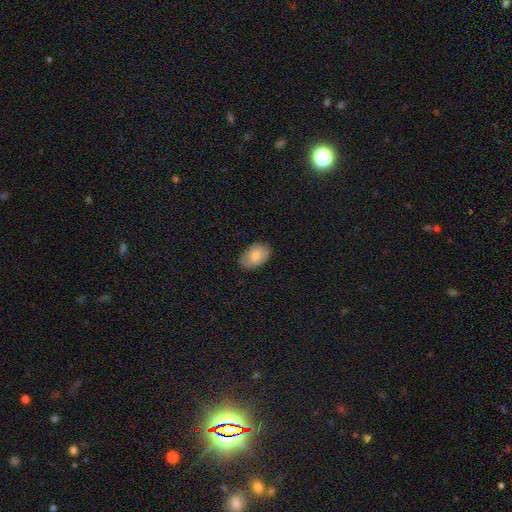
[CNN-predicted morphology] This appears to be a smooth galaxy with no disk features (80%) that is in between round and cigar-shaped (88%). Merging: none (83%).